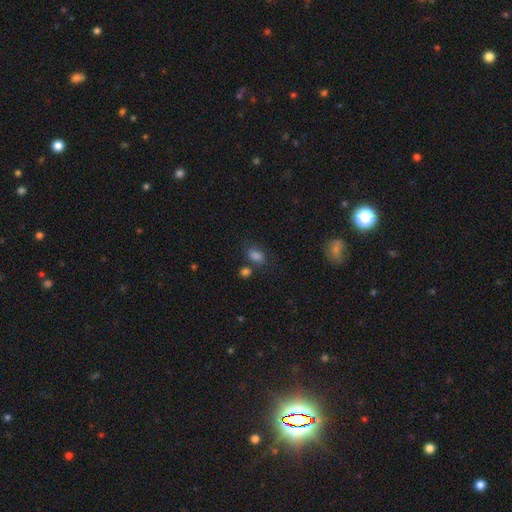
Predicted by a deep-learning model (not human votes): Smooth or featured? smooth (81%)
How rounded? in between (79%)
Merging? none (63%)